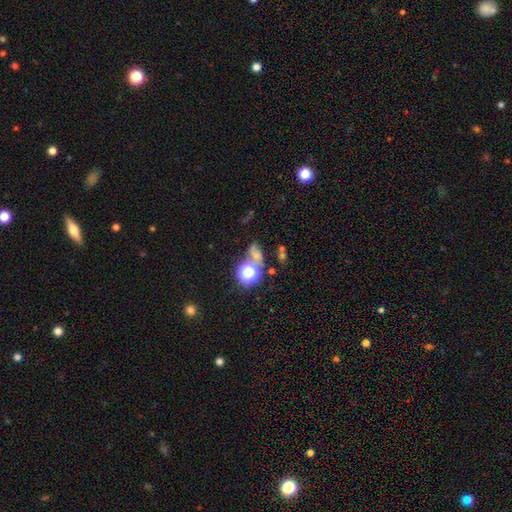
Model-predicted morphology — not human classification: type=star or artifact (42%).